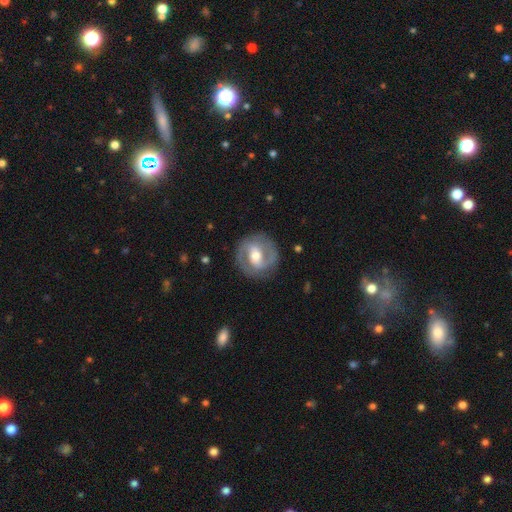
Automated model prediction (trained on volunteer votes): Smooth or featured?
  - featured or disk: 81% *
  - smooth: 14%
  - star or artifact: 5%
Edge-on disk?
  - no: 97% *
  - yes: 3%
Bar?
  - weak: 45% *
  - strong: 33%
  - no: 22%
Spiral arms?
  - yes: 88% *
  - no: 12%
Spiral winding?
  - medium: 48% *
  - tight: 39%
  - loose: 13%
Spiral arm count?
  - 2: 89% *
  - can't tell: 5%
  - 1: 3%
  - 3: 1%
  - 4: 1%
  - more than 4: 1%
Bulge size?
  - moderate: 67% *
  - small: 20%
  - large: 10%
  - none: 1%
  - dominant: 1%
Merging?
  - none: 85% *
  - minor disturbance: 10%
  - major disturbance: 4%
  - merger: 1%